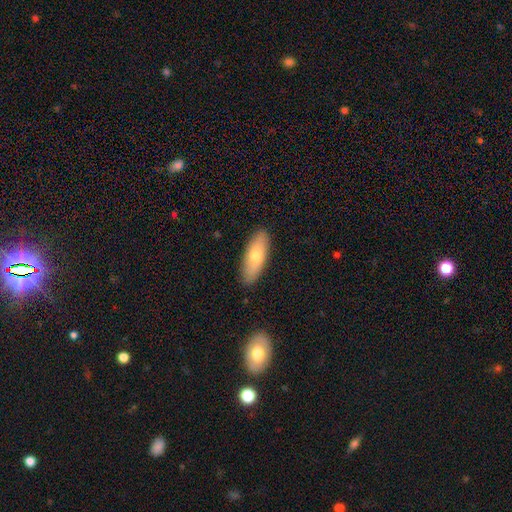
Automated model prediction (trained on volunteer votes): Smooth or featured: smooth — 67% (featured or disk — 27%)
How rounded: in between — 69% (cigar-shaped — 28%)
Merging: none — 87% (minor disturbance — 10%)